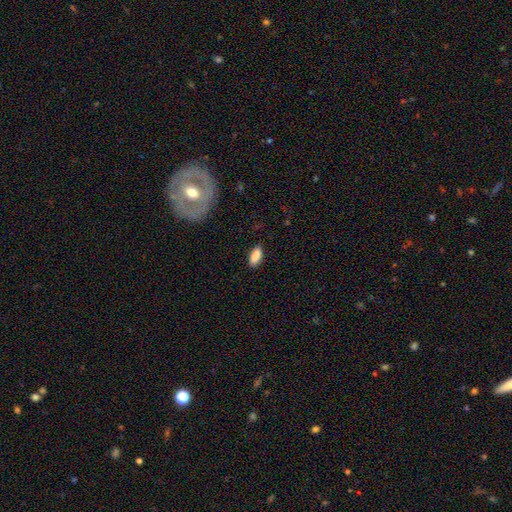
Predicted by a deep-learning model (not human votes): A smooth galaxy with no disk features (88%) that is in between round and cigar-shaped (85%).

Vote fractions:
- Smooth or featured? smooth: 88% / star or artifact: 7% / featured or disk: 5%
- How rounded? in between: 85% / cigar-shaped: 13% / round: 2%
- Merging? none: 85% / minor disturbance: 11% / major disturbance: 3% / merger: 1%